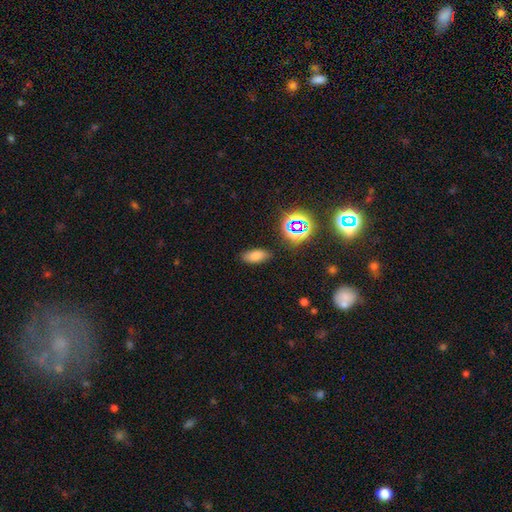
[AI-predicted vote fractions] This is likely a smooth galaxy (74%). How rounded: clearly in between (87%). Merging: clearly none (86%).